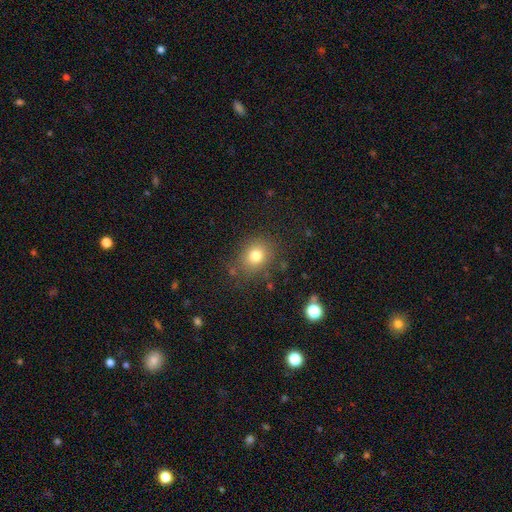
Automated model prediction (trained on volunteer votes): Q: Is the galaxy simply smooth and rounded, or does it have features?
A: smooth — 78%.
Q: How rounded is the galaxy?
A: round — 63%.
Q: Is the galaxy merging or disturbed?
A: none — 81%.